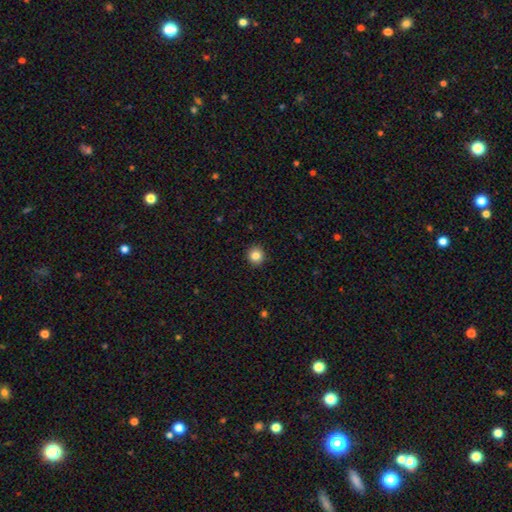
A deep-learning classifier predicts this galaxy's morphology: smooth-or-featured: smooth: 84% | star or artifact: 11% | featured or disk: 5%
  how-rounded: round: 91% | in between: 8% | cigar-shaped: 1%
  merging: none: 92% | minor disturbance: 6% | major disturbance: 2% | merger: 1%